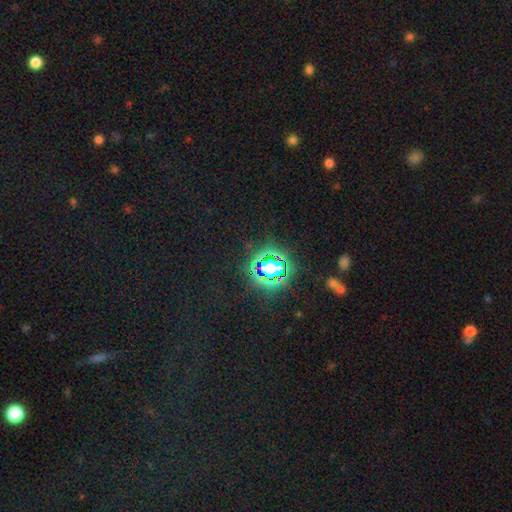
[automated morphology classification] Overall: star or artifact (79%).